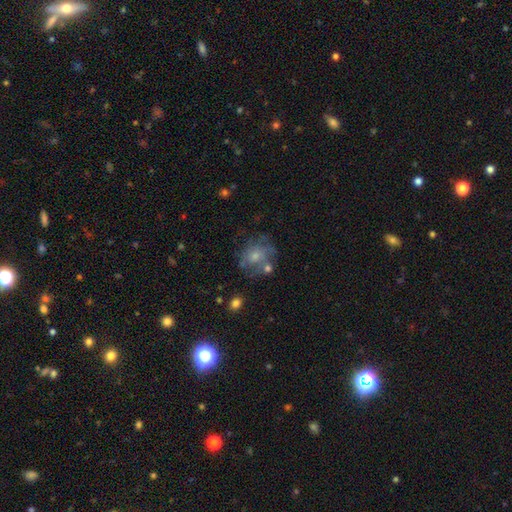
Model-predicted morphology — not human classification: A featured or disk galaxy (48%). Merging: none (50%).